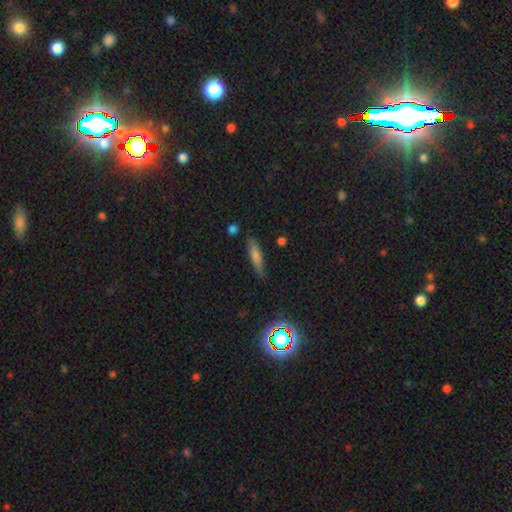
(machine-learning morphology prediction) This appears to be a smooth galaxy with no disk features (62%) that is cigar-shaped (76%). Merging: none (81%).